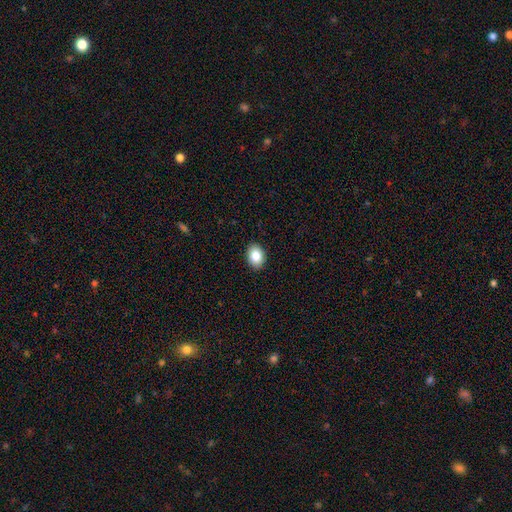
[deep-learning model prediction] smooth 85%, star or artifact 8%, featured or disk 7%. Down the decision tree: how rounded — in between (73%); merging — none (91%).